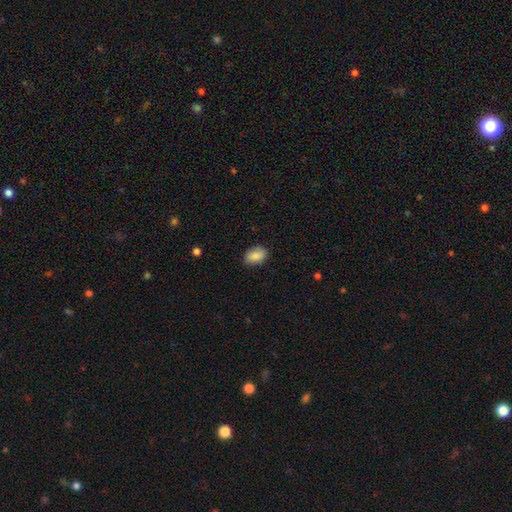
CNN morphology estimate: A smooth galaxy with no disk features (88%) that is in between round and cigar-shaped (86%).

Vote fractions:
- Smooth or featured? smooth: 88% / star or artifact: 7% / featured or disk: 5%
- How rounded? in between: 86% / round: 13% / cigar-shaped: 1%
- Merging? none: 85% / minor disturbance: 12% / major disturbance: 2% / merger: 1%